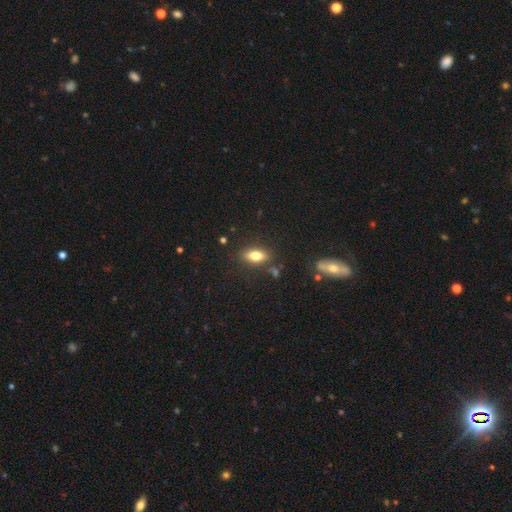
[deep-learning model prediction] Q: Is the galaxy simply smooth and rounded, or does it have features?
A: smooth — 77%.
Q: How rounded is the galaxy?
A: in between — 83%.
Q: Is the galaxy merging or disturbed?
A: none — 82%.